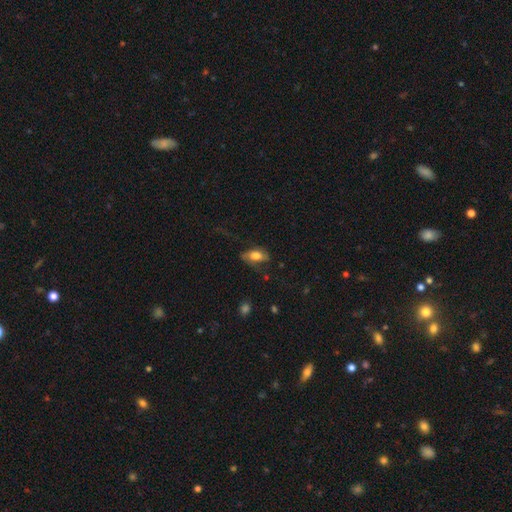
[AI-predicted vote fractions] Smooth or featured: smooth — 68% (featured or disk — 24%)
How rounded: in between — 88% (cigar-shaped — 7%)
Merging: none — 58% (minor disturbance — 26%)